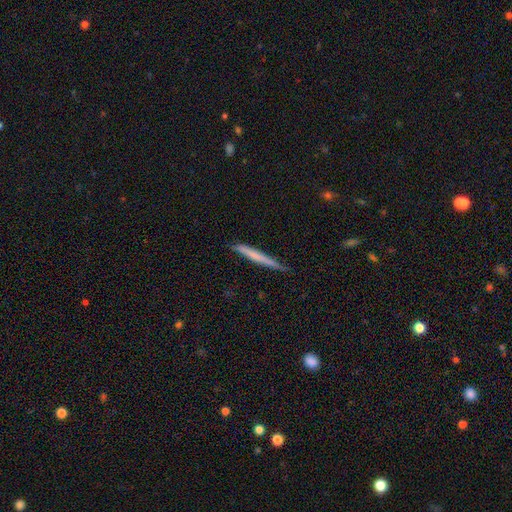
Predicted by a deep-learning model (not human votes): Smooth or featured?
  - smooth: 58% *
  - featured or disk: 37%
  - star or artifact: 5%
How rounded?
  - cigar-shaped: 97% *
  - in between: 2%
  - round: 1%
Merging?
  - none: 81% *
  - minor disturbance: 15%
  - major disturbance: 2%
  - merger: 2%